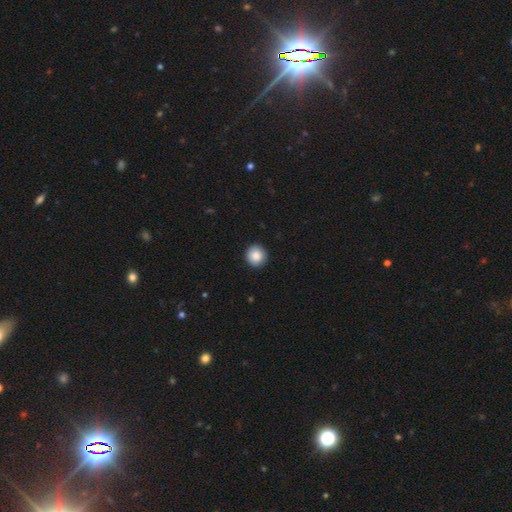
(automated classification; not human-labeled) Morphology: type=smooth (88%); roundness=round (94%); merging=none (92%).